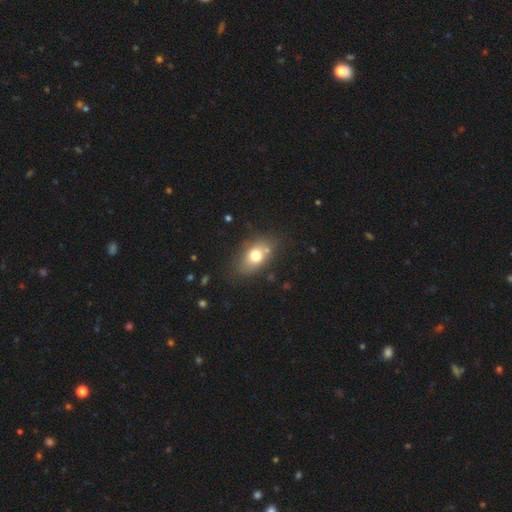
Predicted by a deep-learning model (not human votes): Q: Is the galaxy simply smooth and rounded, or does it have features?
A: smooth — 72%.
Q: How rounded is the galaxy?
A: in between — 79%.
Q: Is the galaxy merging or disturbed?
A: none — 72%.